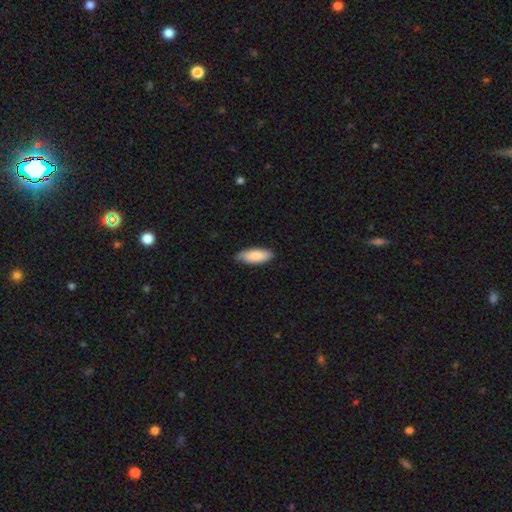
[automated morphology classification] Smooth or featured? smooth (87%)
How rounded? in between (72%)
Merging? none (82%)